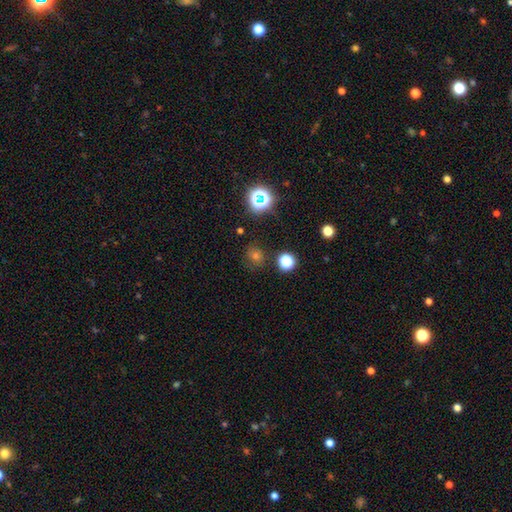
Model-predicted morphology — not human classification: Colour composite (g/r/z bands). It shows a smooth galaxy with no disk features (58%) that is round (86%). Merging: none (83%).